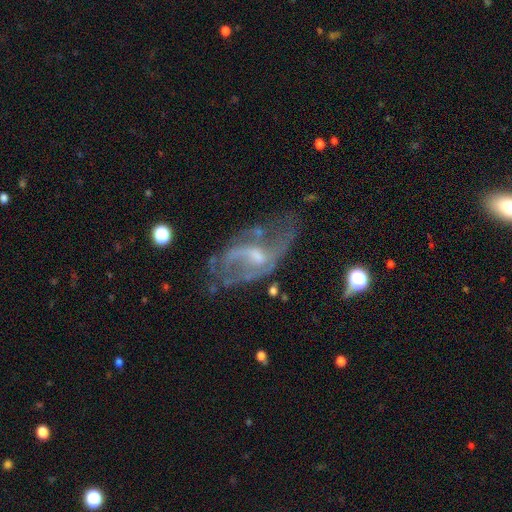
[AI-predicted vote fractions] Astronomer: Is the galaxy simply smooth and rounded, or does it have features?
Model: featured or disk — 75%.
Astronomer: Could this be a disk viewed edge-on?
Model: no — 92%.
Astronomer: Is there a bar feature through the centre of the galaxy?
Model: no — 45% (runner-up: weak, 44%).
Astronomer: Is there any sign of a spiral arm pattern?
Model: yes — 69%.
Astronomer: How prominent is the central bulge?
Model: small — 48% (runner-up: moderate, 36%).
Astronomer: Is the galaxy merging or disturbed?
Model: none — 47% (runner-up: major disturbance, 25%).